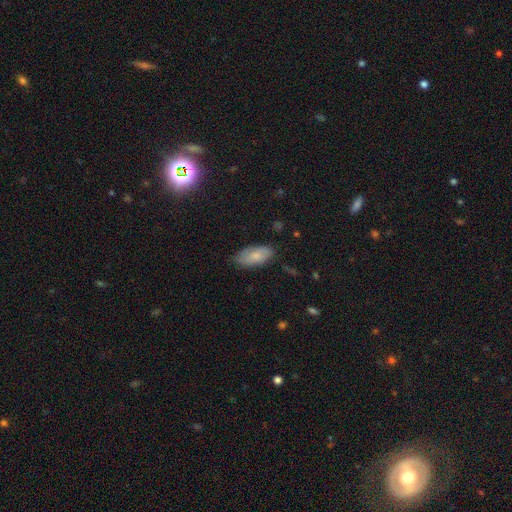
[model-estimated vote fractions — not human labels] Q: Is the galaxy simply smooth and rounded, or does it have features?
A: smooth — 73%.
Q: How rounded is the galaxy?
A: in between — 90%.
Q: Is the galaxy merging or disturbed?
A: none — 72%.